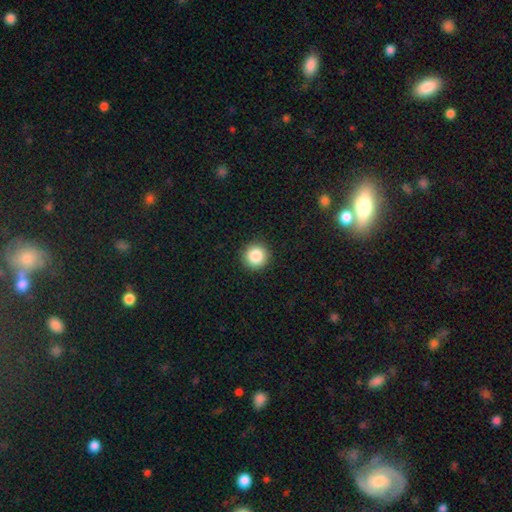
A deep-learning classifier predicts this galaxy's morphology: A smooth galaxy with no disk features (87%) that is round (95%).

Vote fractions:
- Smooth or featured? smooth: 87% / star or artifact: 9% / featured or disk: 4%
- How rounded? round: 95% / in between: 4% / cigar-shaped: 1%
- Merging? none: 93% / minor disturbance: 5% / major disturbance: 2% / merger: 1%